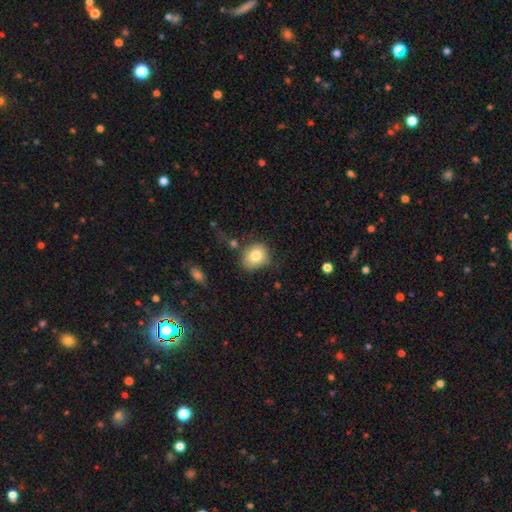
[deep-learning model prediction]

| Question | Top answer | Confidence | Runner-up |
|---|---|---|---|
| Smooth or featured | smooth | 79% | featured or disk (11%) |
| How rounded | round | 69% | in between (30%) |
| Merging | none | 68% | minor disturbance (21%) |